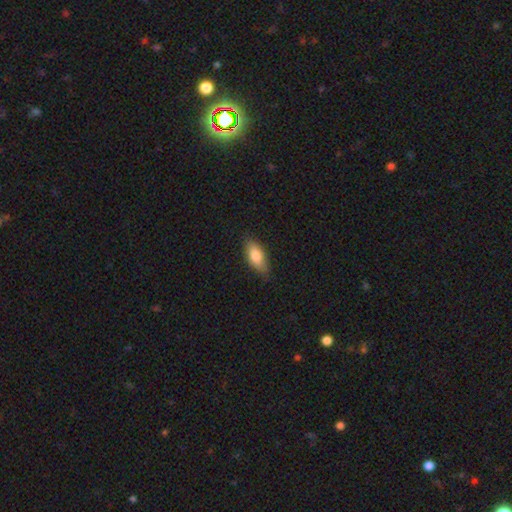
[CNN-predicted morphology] Q: Smooth or featured?
A: smooth (81%); runner-up: featured or disk (13%)
Q: How rounded?
A: in between (83%); runner-up: cigar-shaped (14%)
Q: Merging?
A: none (80%); runner-up: minor disturbance (16%)